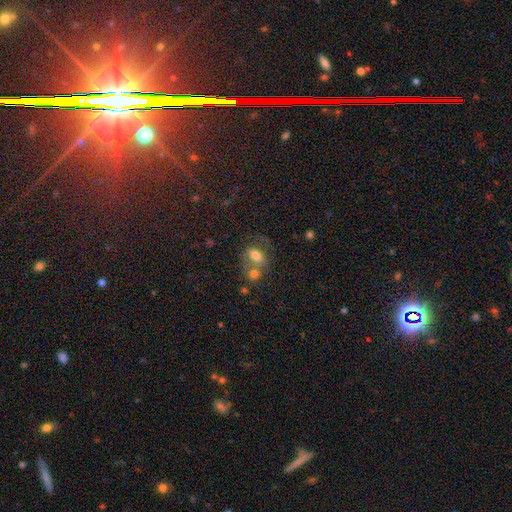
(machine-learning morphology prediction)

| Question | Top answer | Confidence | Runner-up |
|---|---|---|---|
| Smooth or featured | smooth | 63% | featured or disk (25%) |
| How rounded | in between | 73% | round (25%) |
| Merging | merger | 48% | none (32%) |